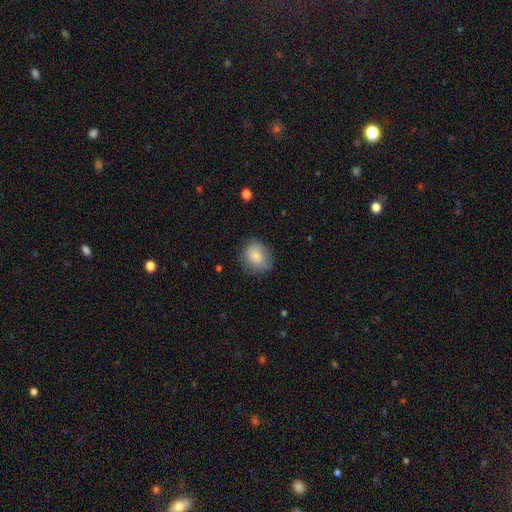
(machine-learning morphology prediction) Smooth or featured? Predicted: smooth (p=0.81). How rounded? Predicted: round (p=0.67). Merging? Predicted: none (p=0.76).